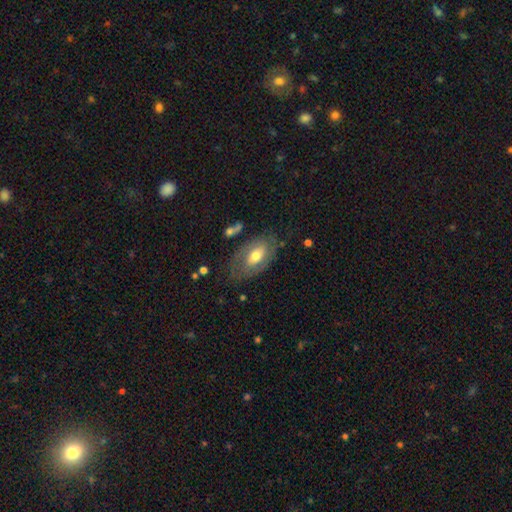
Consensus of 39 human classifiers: Smooth or featured? featured or disk (51%)
Edge-on disk? no (80%)
Bar? no (81%)
Spiral arms? no (75%)
Bulge size? moderate (62%)
Merging? none (61%)